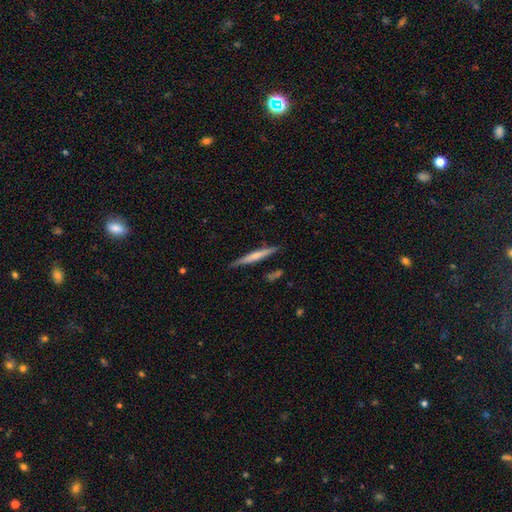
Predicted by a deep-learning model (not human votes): smooth-or-featured: featured or disk: 48% | smooth: 47% | star or artifact: 6%
  merging: none: 84% | minor disturbance: 12% | merger: 3% | major disturbance: 2%